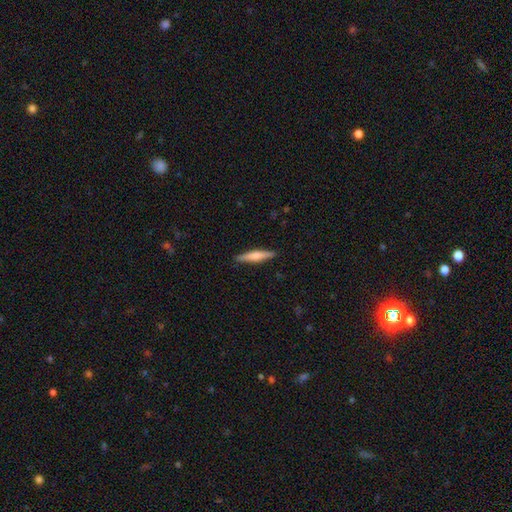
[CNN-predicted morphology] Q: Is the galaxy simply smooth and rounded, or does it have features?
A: smooth — 54%.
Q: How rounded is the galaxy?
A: cigar-shaped — 88%.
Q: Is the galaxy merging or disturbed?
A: none — 91%.